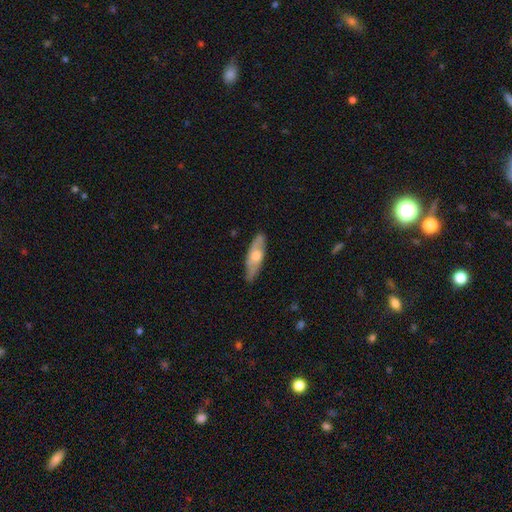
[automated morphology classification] smooth-or-featured: featured or disk: 51% | smooth: 44% | star or artifact: 5%
  disk-edge-on: yes: 52% | no: 48%
  merging: none: 82% | minor disturbance: 14% | major disturbance: 3% | merger: 1%